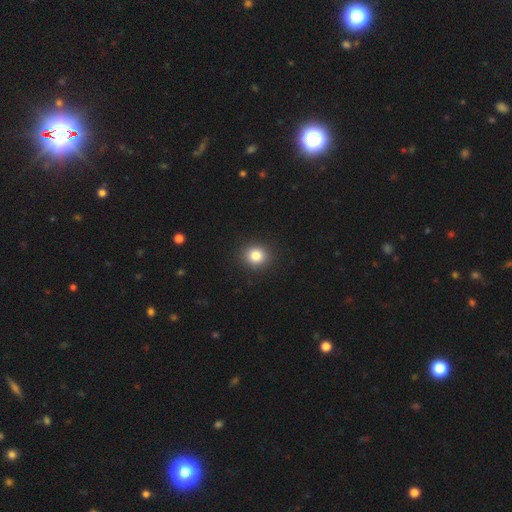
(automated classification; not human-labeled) The model was most divided on "how rounded": round: 82%, in between: 17%, cigar-shaped: 1%. More confident: merging — none (92%); smooth or featured — smooth (84%).